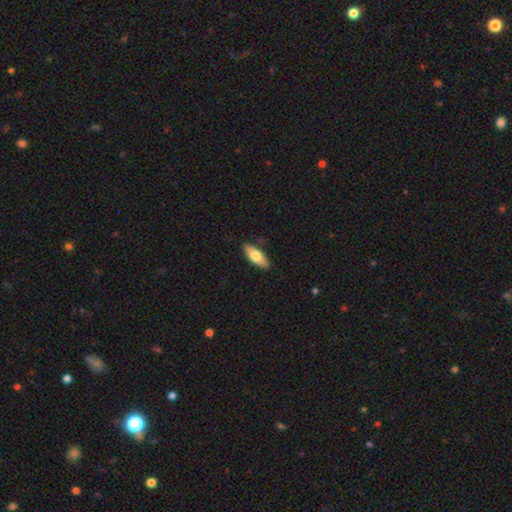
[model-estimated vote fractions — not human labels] smooth_or_featured: smooth (p=0.72) [alt: featured or disk p=0.22]
how_rounded: in between (p=0.73) [alt: cigar-shaped p=0.25]
merging: none (p=0.86) [alt: minor disturbance p=0.10]